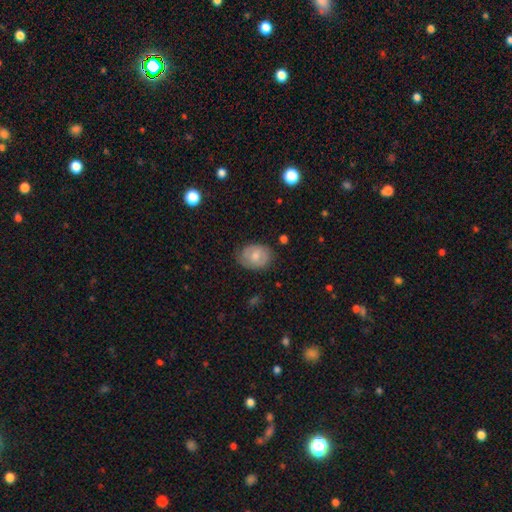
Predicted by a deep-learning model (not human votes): smooth 67%, featured or disk 26%, star or artifact 7%. Down the decision tree: how rounded — in between (66%); merging — none (73%).